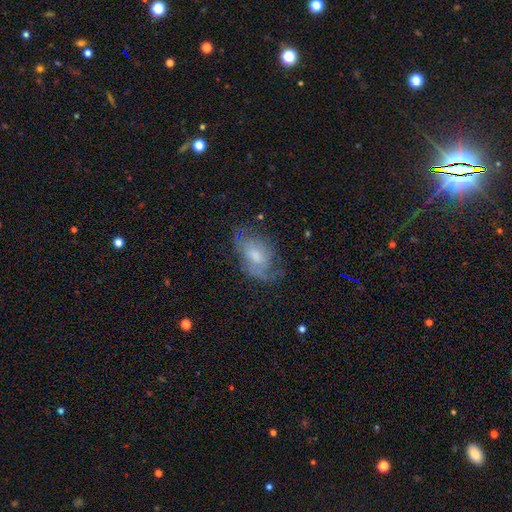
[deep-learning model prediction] Smooth or featured?
  - featured or disk: 57% *
  - smooth: 35%
  - star or artifact: 8%
Edge-on disk?
  - no: 95% *
  - yes: 5%
Bar?
  - no: 56% *
  - weak: 38%
  - strong: 6%
Spiral arms?
  - yes: 74% *
  - no: 26%
Bulge size?
  - moderate: 48% *
  - small: 29%
  - large: 11%
  - none: 10%
  - dominant: 2%
Merging?
  - none: 49% *
  - minor disturbance: 28%
  - major disturbance: 21%
  - merger: 2%